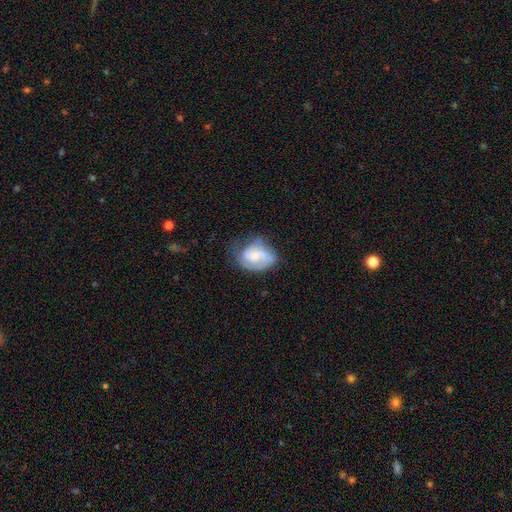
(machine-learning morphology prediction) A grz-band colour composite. It shows a featured or disk galaxy (62%) with no bar (56%), 2 (49%) medium (44%) spiral arms (85%) and a small central bulge (48%). Merging: none (51%).